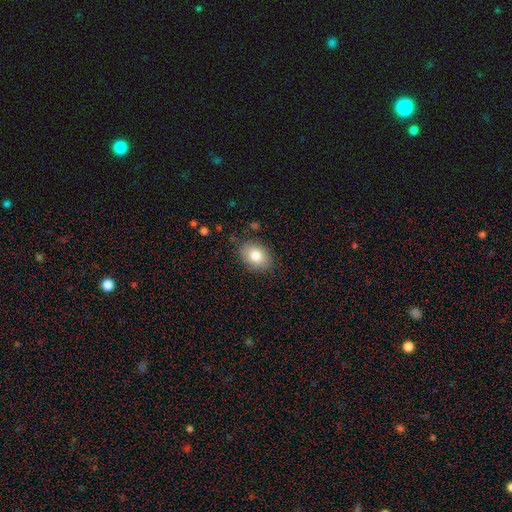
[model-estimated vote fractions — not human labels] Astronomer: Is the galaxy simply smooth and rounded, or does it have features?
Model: smooth — 81%.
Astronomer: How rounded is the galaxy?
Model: in between — 80%.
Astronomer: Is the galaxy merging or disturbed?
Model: none — 84%.